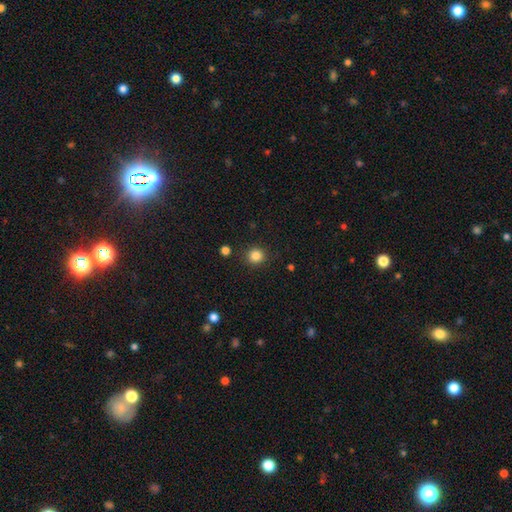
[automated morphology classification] A smooth galaxy with no disk features (84%) that is round (91%). Merging: none (89%).